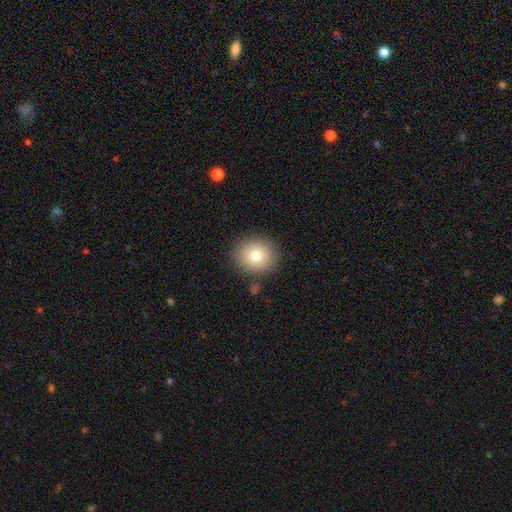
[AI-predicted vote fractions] smooth 79%, featured or disk 11%, star or artifact 10%. Down the decision tree: how rounded — round (79%); merging — none (85%).